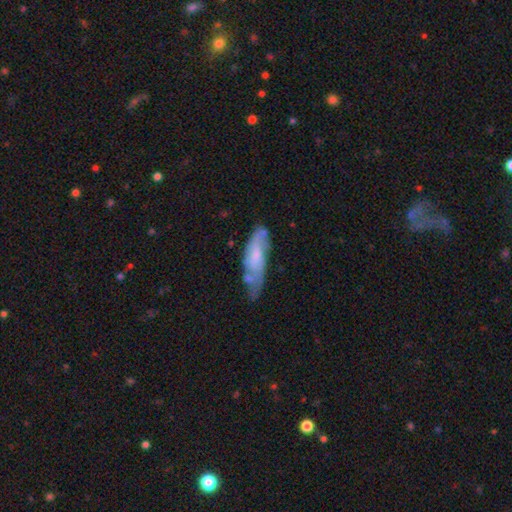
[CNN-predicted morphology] This is possibly a featured or disk galaxy (58%). It is likely not viewed edge-on (79%). Merging: possibly none (50%).